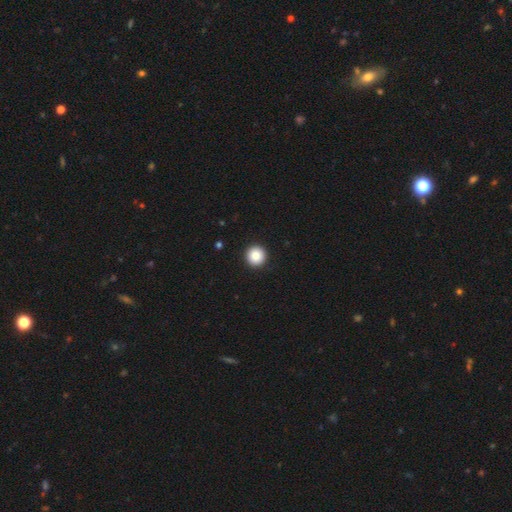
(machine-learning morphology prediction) Smooth or featured? smooth (88%)
How rounded? round (96%)
Merging? none (93%)